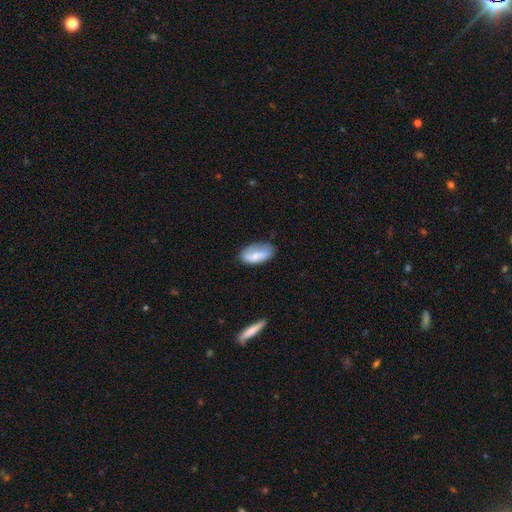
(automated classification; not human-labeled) Q: Smooth or featured?
A: smooth (67%); runner-up: featured or disk (26%)
Q: How rounded?
A: in between (92%); runner-up: cigar-shaped (5%)
Q: Merging?
A: none (63%); runner-up: minor disturbance (27%)